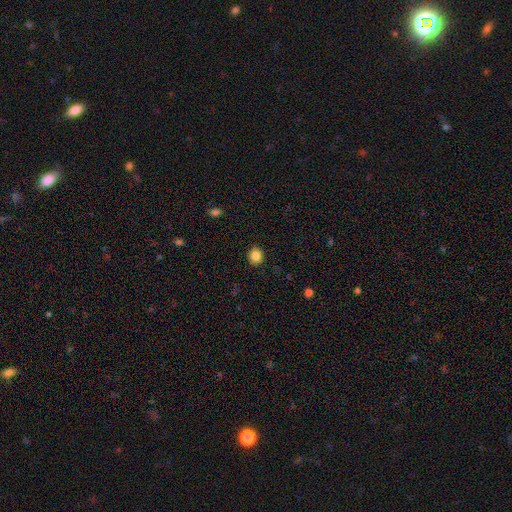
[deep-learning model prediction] Smooth or featured? Predicted: smooth (p=0.85). How rounded? Predicted: round (p=0.73). Merging? Predicted: none (p=0.90).